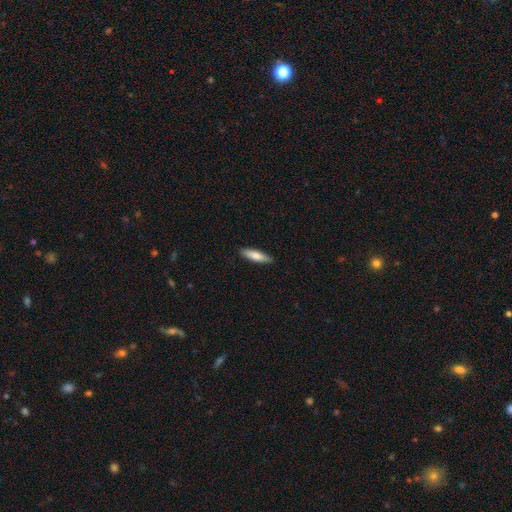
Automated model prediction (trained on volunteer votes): smooth_or_featured: smooth (p=0.76) [alt: featured or disk p=0.19]
how_rounded: cigar-shaped (p=0.72) [alt: in between p=0.26]
merging: none (p=0.90) [alt: minor disturbance p=0.08]